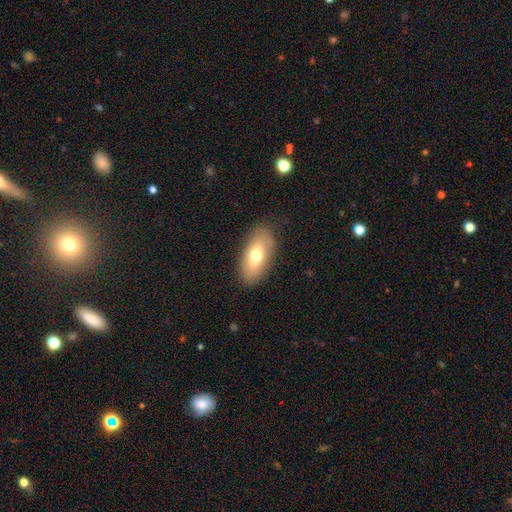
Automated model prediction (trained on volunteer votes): smooth_or_featured: smooth (p=0.69) [alt: featured or disk p=0.24]
how_rounded: in between (p=0.88) [alt: cigar-shaped p=0.08]
merging: none (p=0.83) [alt: minor disturbance p=0.12]